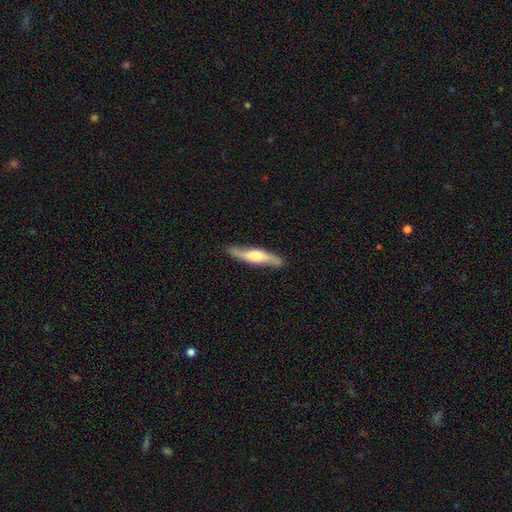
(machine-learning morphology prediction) This is possibly a featured or disk galaxy (60%). It is likely viewed edge-on (68%). Merging: clearly none (85%).